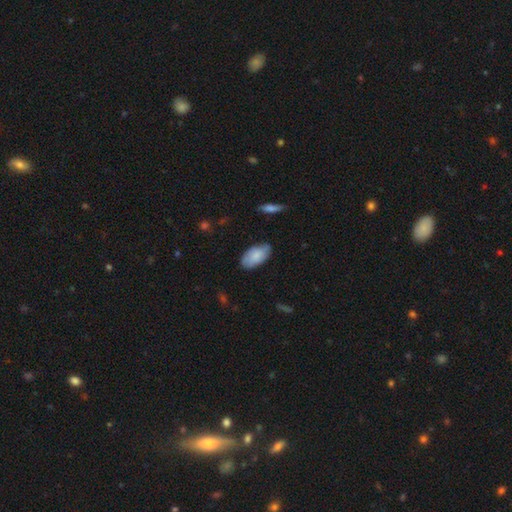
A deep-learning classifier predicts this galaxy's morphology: smooth-or-featured: smooth: 81% | featured or disk: 13% | star or artifact: 6%
  how-rounded: in between: 95% | round: 3% | cigar-shaped: 2%
  merging: none: 75% | minor disturbance: 20% | major disturbance: 3% | merger: 2%